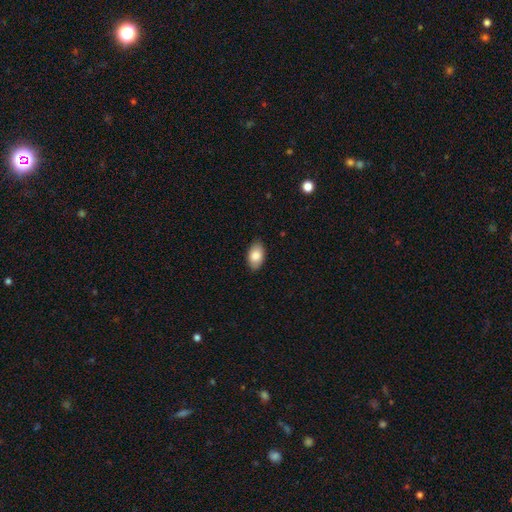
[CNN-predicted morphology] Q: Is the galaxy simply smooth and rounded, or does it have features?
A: smooth — 84%.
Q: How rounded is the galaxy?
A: in between — 93%.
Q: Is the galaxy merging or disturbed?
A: none — 86%.